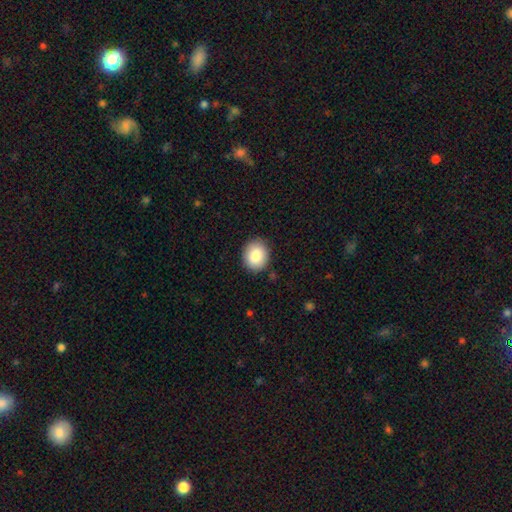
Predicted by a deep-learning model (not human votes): Smooth or featured?
  - smooth: 85% *
  - star or artifact: 8%
  - featured or disk: 7%
How rounded?
  - round: 58% *
  - in between: 41%
  - cigar-shaped: 1%
Merging?
  - none: 88% *
  - minor disturbance: 9%
  - major disturbance: 2%
  - merger: 1%